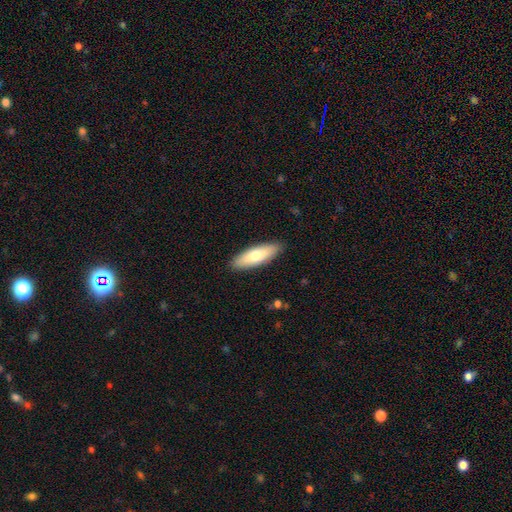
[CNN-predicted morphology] smooth-or-featured: smooth: 71% | featured or disk: 24% | star or artifact: 5%
  how-rounded: in between: 52% | cigar-shaped: 47% | round: 2%
  merging: none: 89% | minor disturbance: 8% | major disturbance: 2% | merger: 1%